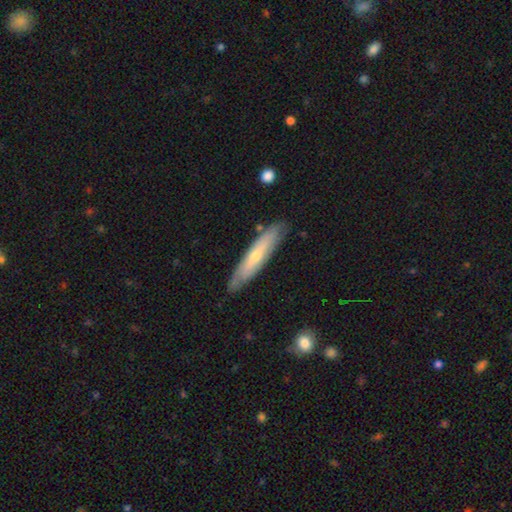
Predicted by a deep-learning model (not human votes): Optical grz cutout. It shows a featured or disk galaxy (50%) viewed edge-on (66%). Merging: none (83%).